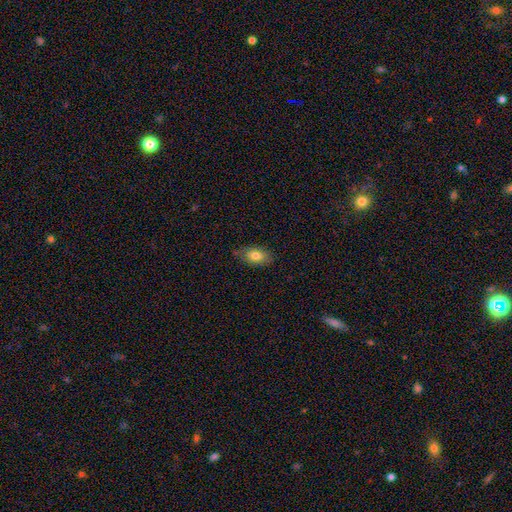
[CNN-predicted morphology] Q: Smooth or featured?
A: smooth (79%); runner-up: featured or disk (14%)
Q: How rounded?
A: in between (89%); runner-up: round (8%)
Q: Merging?
A: none (78%); runner-up: minor disturbance (17%)